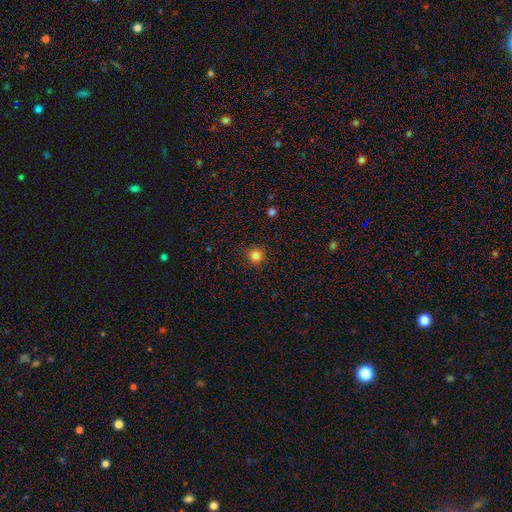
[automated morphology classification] A smooth galaxy with no disk features (84%) that is round (95%). Merging: none (89%).